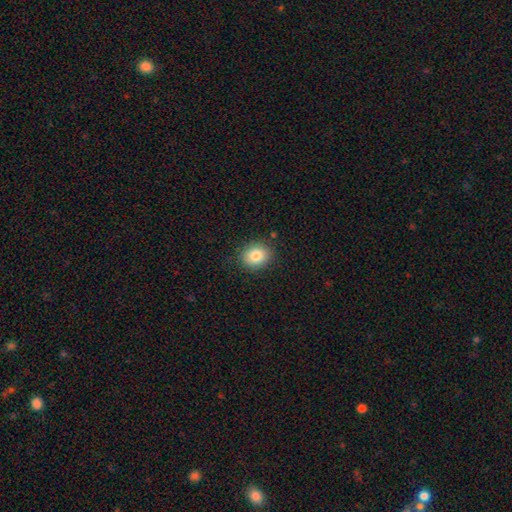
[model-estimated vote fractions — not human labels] Smooth or featured: smooth — 82% (star or artifact — 10%)
How rounded: round — 72% (in between — 27%)
Merging: none — 88% (minor disturbance — 9%)